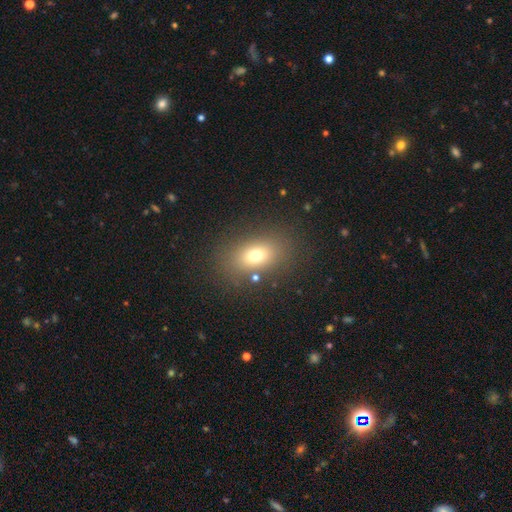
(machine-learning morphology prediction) A smooth galaxy with no disk features (71%) that is in between round and cigar-shaped (75%). Merging: none (82%).